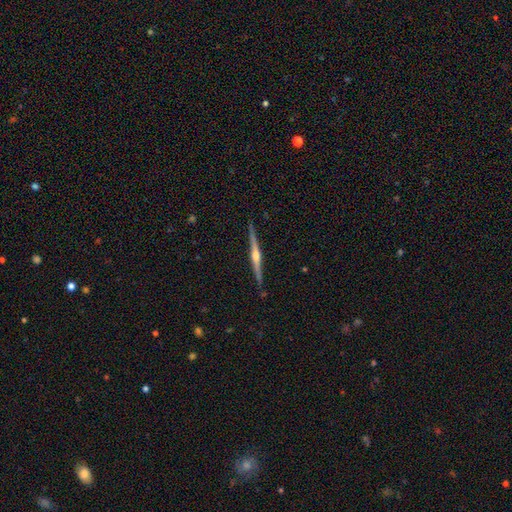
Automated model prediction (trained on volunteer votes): smooth-or-featured: featured or disk: 82% | smooth: 13% | star or artifact: 5%
  disk-edge-on: yes: 98% | no: 2%
    edge-on-bulge: rounded: 92% | none: 4% | boxy: 4%
  merging: none: 89% | minor disturbance: 8% | major disturbance: 1% | merger: 1%